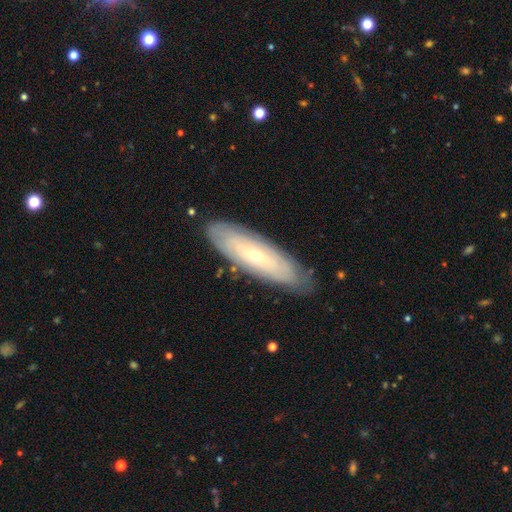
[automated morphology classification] The model was most divided on "smooth or featured": featured or disk: 63%, smooth: 31%, star or artifact: 6%. More confident: merging — none (82%); edge-on disk — no (71%).